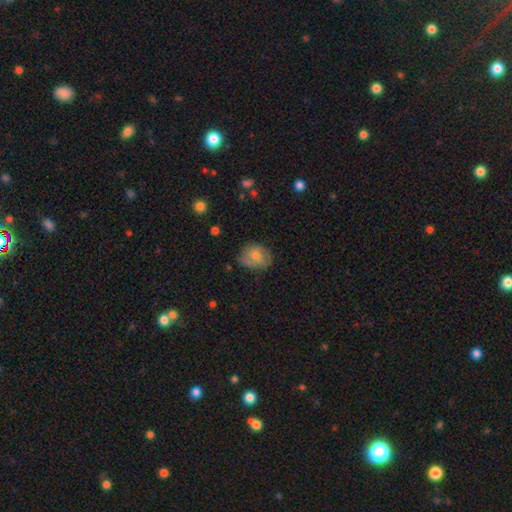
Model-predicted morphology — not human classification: Smooth or featured?
  - smooth: 49% *
  - featured or disk: 43%
  - star or artifact: 8%
Merging?
  - none: 72% *
  - minor disturbance: 22%
  - major disturbance: 5%
  - merger: 1%